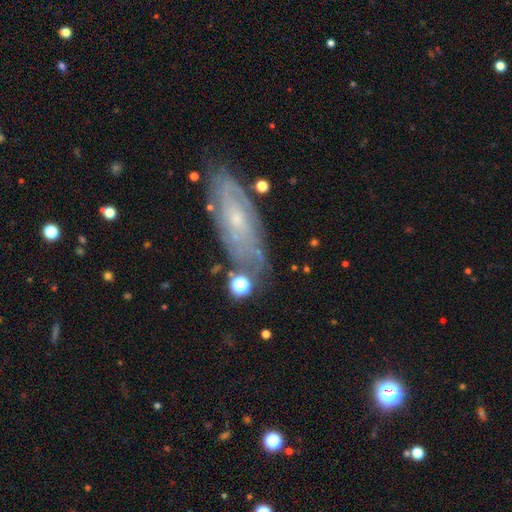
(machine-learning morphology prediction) The model was most divided on "spiral arm count": can't tell: 62%, 2: 16%, 3: 8%, 4: 6%, more than 4: 4%, 1: 4%. More confident: spiral arms — yes (85%); edge-on disk — no (83%); bulge size — small (78%); merging — none (74%); bar — no (74%); smooth or featured — featured or disk (71%); spiral winding — tight (69%).